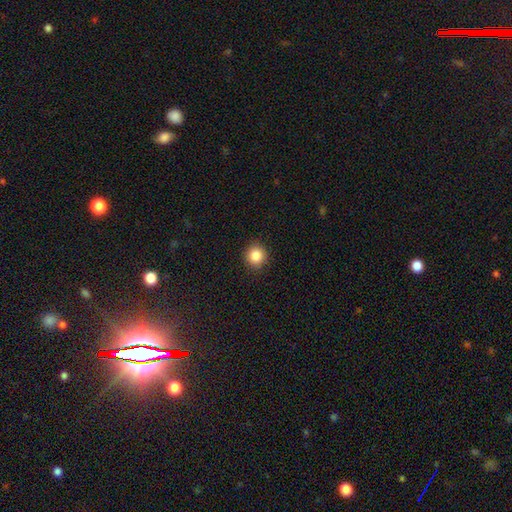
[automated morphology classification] Smooth or featured? Predicted: smooth (p=0.85). How rounded? Predicted: round (p=0.91). Merging? Predicted: none (p=0.91).